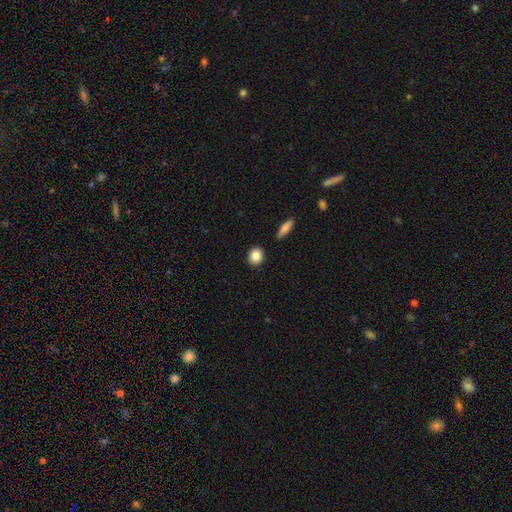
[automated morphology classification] Smooth or featured: smooth — 86% (star or artifact — 8%)
How rounded: round — 69% (in between — 29%)
Merging: none — 88% (minor disturbance — 7%)